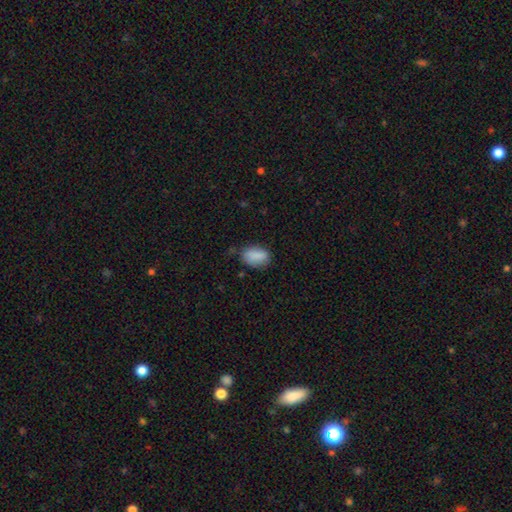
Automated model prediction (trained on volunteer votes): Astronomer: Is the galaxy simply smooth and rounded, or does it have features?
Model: smooth — 86%.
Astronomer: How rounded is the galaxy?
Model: in between — 87%.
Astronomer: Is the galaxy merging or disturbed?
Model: none — 68%.